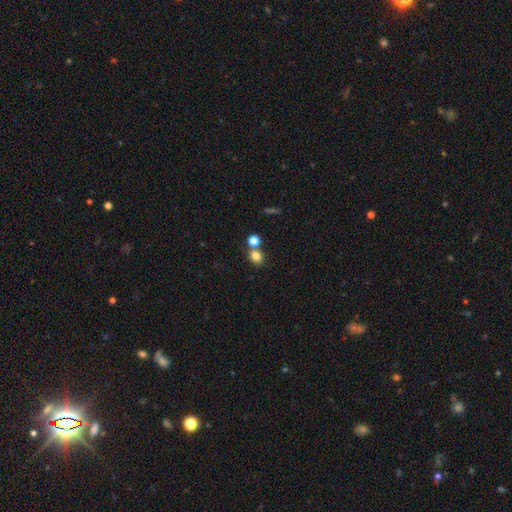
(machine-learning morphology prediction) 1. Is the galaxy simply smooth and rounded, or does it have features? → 80% smooth, 13% star or artifact, 7% featured or disk.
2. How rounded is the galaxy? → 64% round, 35% in between, 1% cigar-shaped.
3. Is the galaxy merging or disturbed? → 59% none, 28% merger, 9% minor disturbance, 3% major disturbance.